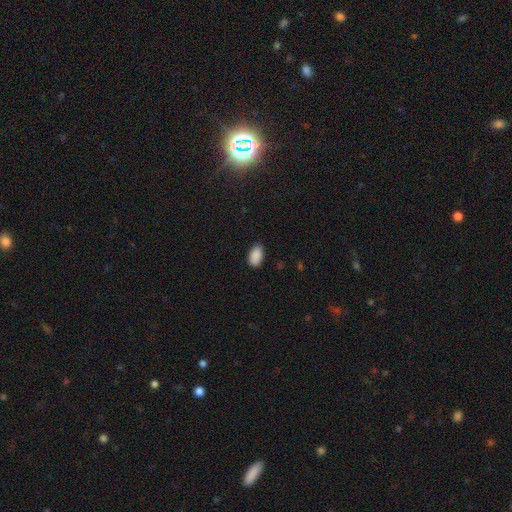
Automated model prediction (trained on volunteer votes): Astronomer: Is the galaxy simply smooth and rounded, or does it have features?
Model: smooth — 90%.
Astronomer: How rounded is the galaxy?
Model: in between — 94%.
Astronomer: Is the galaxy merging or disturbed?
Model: none — 83%.